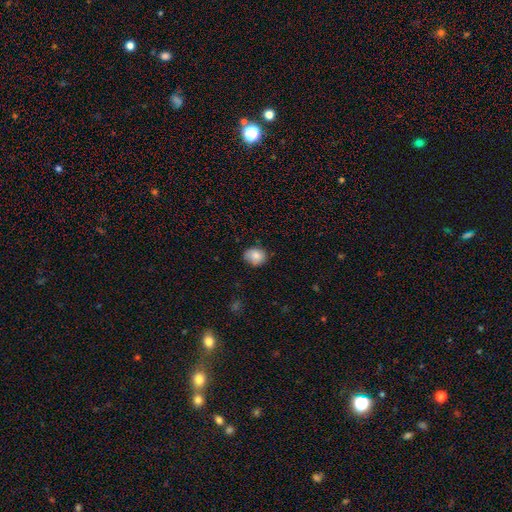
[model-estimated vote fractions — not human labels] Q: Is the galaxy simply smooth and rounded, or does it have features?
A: smooth — 83%.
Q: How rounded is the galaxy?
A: round — 55%.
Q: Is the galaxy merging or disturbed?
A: none — 76%.